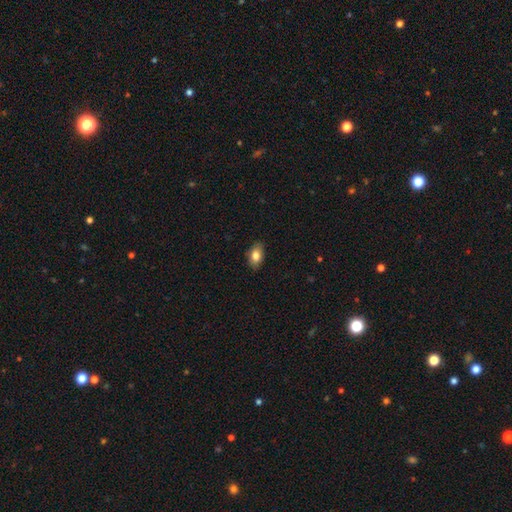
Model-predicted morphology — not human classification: smooth-or-featured: smooth: 82% | featured or disk: 11% | star or artifact: 8%
  how-rounded: in between: 88% | round: 10% | cigar-shaped: 2%
  merging: none: 85% | minor disturbance: 12% | major disturbance: 2% | merger: 1%